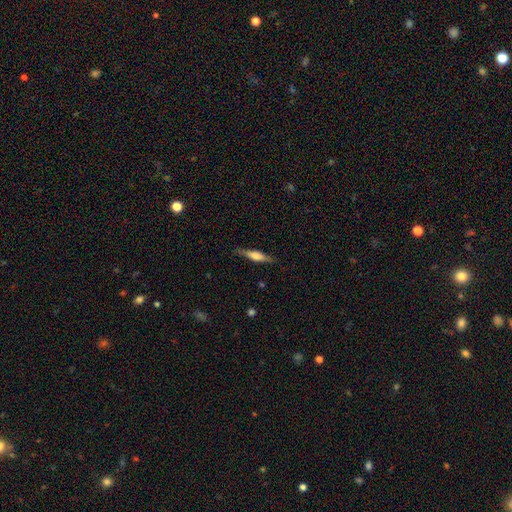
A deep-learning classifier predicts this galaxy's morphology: smooth-or-featured: featured or disk: 52% | smooth: 42% | star or artifact: 6%
  disk-edge-on: yes: 96% | no: 4%
  merging: none: 85% | minor disturbance: 12% | major disturbance: 3% | merger: 1%